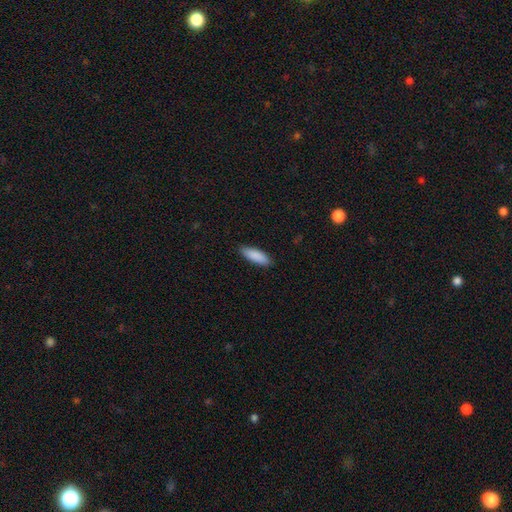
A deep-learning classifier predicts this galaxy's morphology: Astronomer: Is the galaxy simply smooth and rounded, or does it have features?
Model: smooth — 90%.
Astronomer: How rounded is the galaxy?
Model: in between — 59% (runner-up: cigar-shaped, 40%).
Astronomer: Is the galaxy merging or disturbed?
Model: none — 88%.